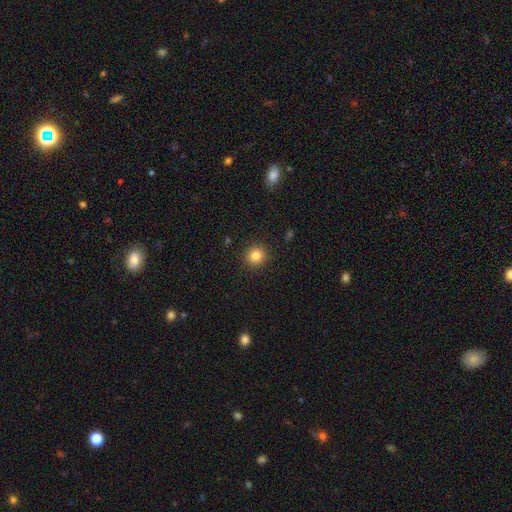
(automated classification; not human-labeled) Morphology: type=smooth (83%); roundness=round (90%); merging=none (91%).